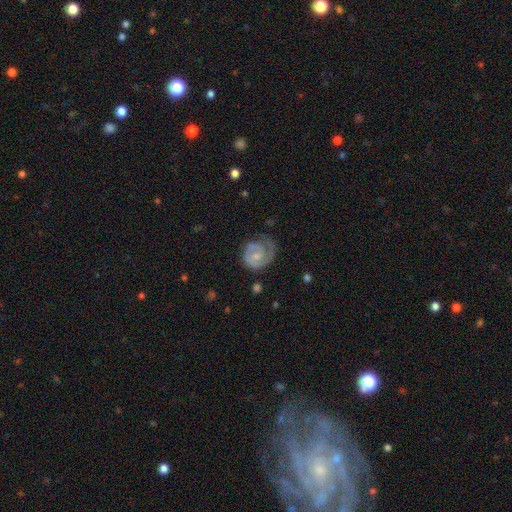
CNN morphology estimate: smooth-or-featured: featured or disk: 73% | smooth: 21% | star or artifact: 6%
  disk-edge-on: no: 98% | yes: 2%
    bar: no: 64% | weak: 32% | strong: 4%
    has-spiral-arms: yes: 92% | no: 8%
      spiral-winding: tight: 55% | medium: 34% | loose: 11%
      spiral-arm-count: 2: 44% | 1: 38% | can't tell: 12% | 3: 4% | 4: 1% | more than 4: 1%
    bulge-size: small: 51% | moderate: 38% | none: 8% | large: 2% | dominant: 1%
  merging: none: 55% | minor disturbance: 25% | major disturbance: 18% | merger: 2%